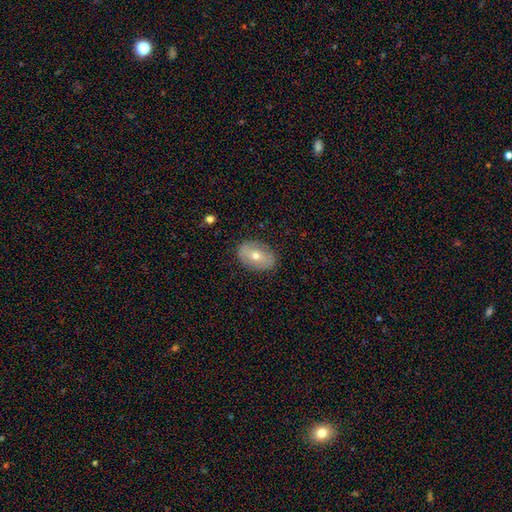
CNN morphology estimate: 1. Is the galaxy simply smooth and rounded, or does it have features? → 50% smooth, 42% featured or disk, 8% star or artifact.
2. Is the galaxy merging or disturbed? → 85% none, 11% minor disturbance, 3% major disturbance, 1% merger.